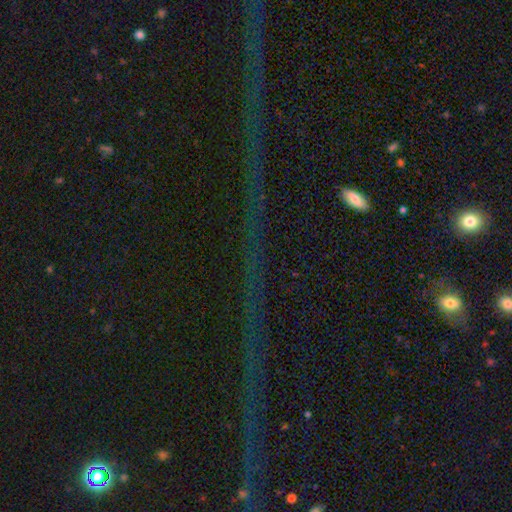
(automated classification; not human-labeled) This appears to be a star or artifact, not a galaxy (75%).